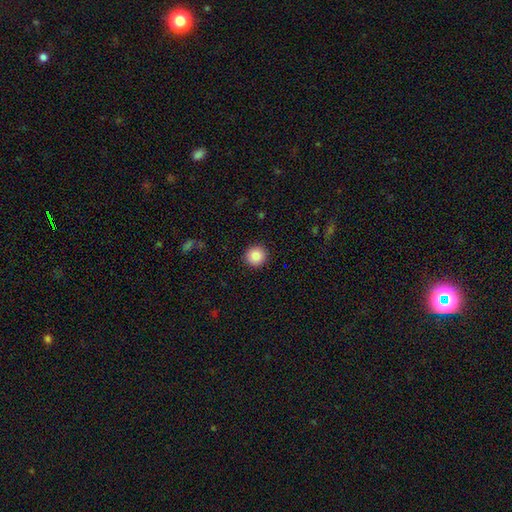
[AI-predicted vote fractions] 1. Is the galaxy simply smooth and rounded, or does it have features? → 88% smooth, 9% star or artifact, 4% featured or disk.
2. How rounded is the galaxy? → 94% round, 5% in between, 1% cigar-shaped.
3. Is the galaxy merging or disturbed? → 92% none, 5% minor disturbance, 2% major disturbance, 1% merger.